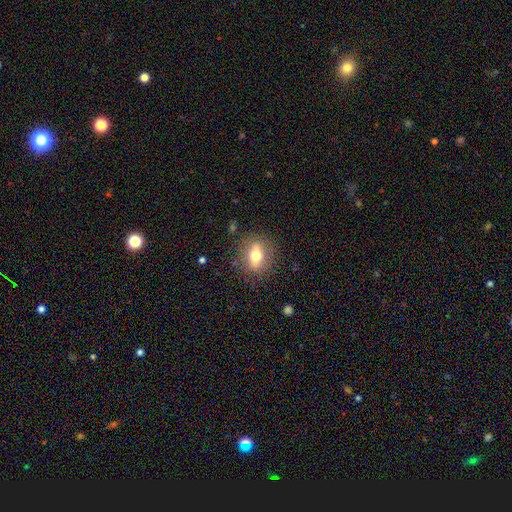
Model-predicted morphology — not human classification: smooth 55%, featured or disk 37%, star or artifact 9%. Down the decision tree: how rounded — in between (53%); merging — none (84%).